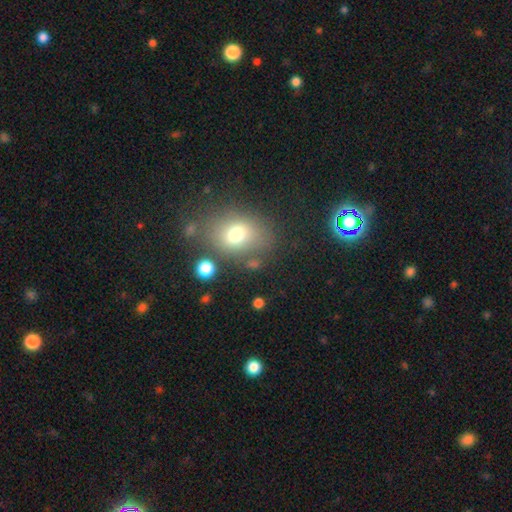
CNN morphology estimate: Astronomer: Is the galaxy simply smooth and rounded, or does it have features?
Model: smooth — 65%.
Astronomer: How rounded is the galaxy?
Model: in between — 57% (runner-up: round, 41%).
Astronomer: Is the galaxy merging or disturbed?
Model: none — 76%.